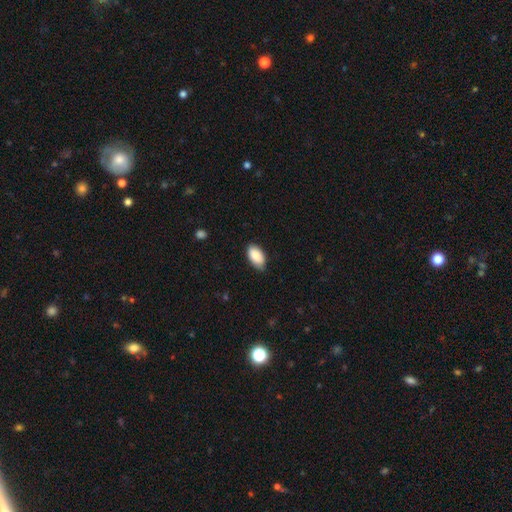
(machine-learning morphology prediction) Smooth or featured? Predicted: smooth (p=0.88). How rounded? Predicted: in between (p=0.95). Merging? Predicted: none (p=0.78).